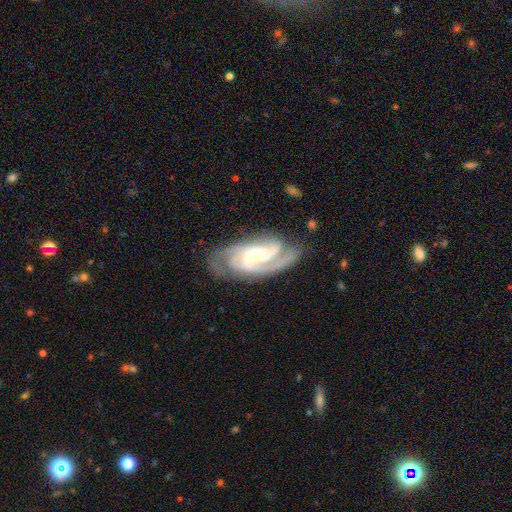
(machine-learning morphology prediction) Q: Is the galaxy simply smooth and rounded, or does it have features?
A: featured or disk — 90%.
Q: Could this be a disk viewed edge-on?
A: no — 96%.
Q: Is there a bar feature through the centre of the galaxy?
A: no — 44%.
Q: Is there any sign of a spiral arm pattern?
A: yes — 98%.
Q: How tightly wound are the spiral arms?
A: tight — 53%.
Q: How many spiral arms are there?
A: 3 — 46%.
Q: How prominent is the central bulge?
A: small — 64%.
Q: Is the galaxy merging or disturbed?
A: none — 73%.